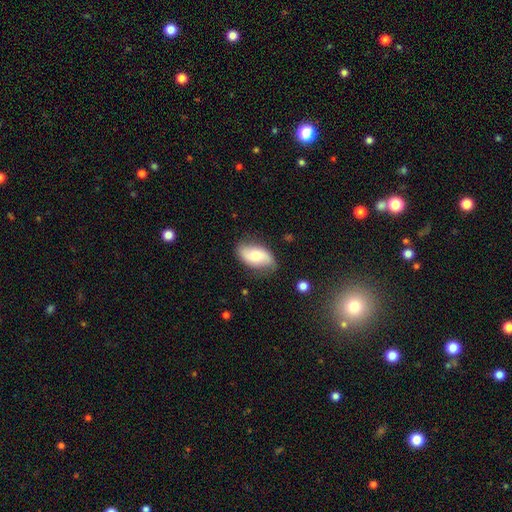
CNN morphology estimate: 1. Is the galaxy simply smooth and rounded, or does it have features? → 52% smooth, 42% featured or disk, 7% star or artifact.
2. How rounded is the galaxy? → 93% in between, 4% round, 3% cigar-shaped.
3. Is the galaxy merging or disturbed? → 73% none, 21% minor disturbance, 5% major disturbance, 1% merger.